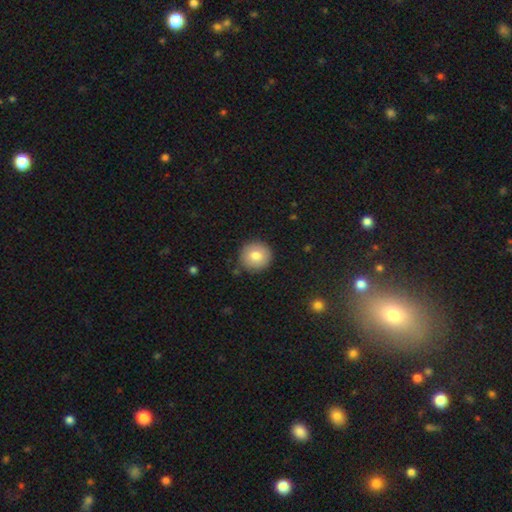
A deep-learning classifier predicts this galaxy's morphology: This appears to be a smooth galaxy with no disk features (80%) that is round (94%). Merging: none (88%).